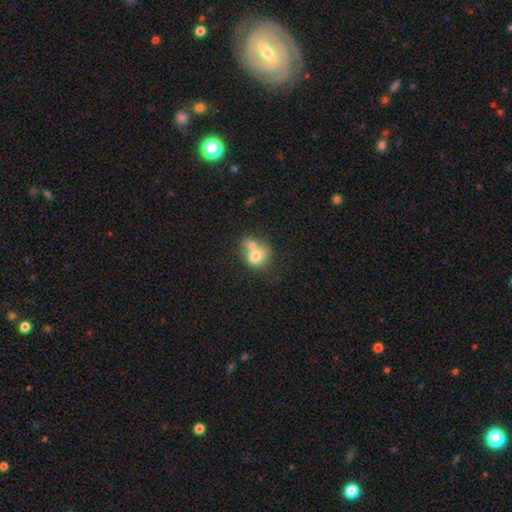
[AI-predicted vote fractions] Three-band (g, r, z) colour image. It shows a smooth galaxy with no disk features (72%) that is round (68%). Merging: merger (65%).